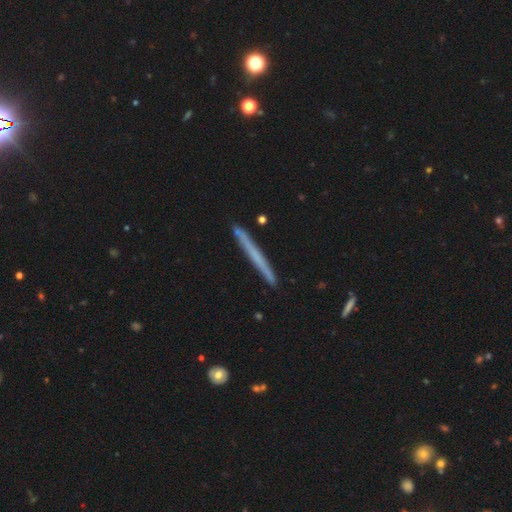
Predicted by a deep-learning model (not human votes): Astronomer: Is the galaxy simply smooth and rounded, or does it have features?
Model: smooth — 49% (runner-up: featured or disk, 45%).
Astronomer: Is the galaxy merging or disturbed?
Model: none — 90%.